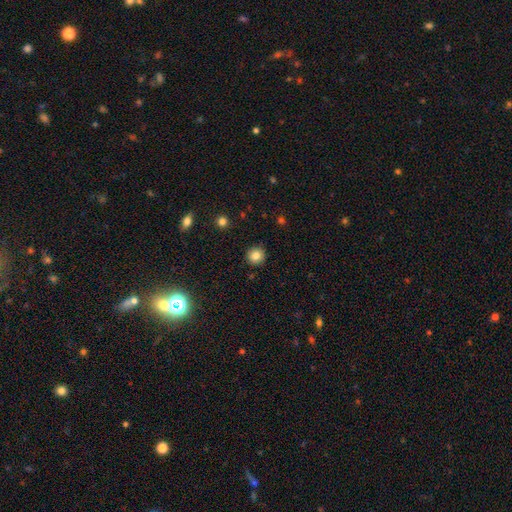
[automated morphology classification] Smooth or featured? smooth (82%)
How rounded? round (94%)
Merging? none (92%)